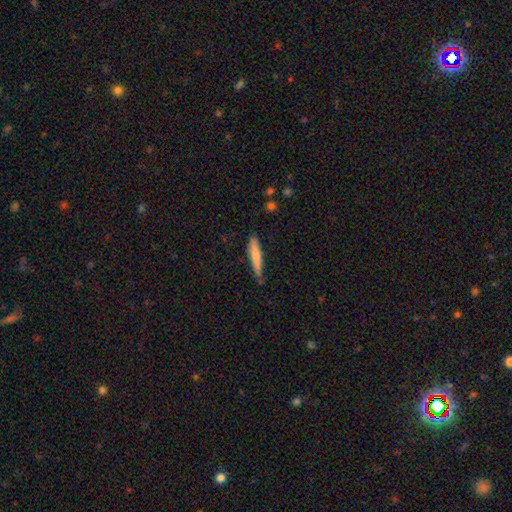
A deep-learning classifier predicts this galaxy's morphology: The model was most divided on "smooth or featured": smooth: 69%, featured or disk: 25%, star or artifact: 6%. More confident: how rounded — cigar-shaped (91%); merging — none (72%).